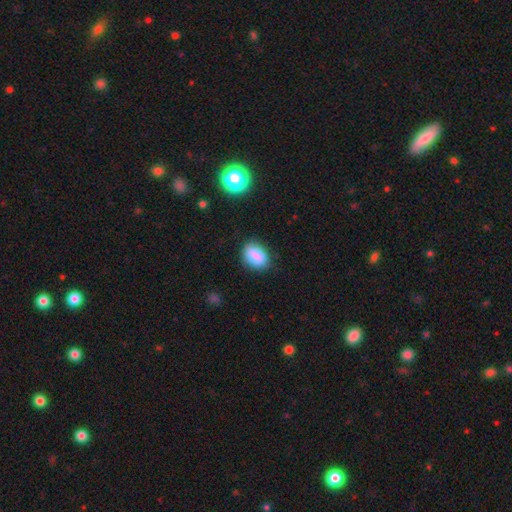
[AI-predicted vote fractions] Smooth or featured? Predicted: smooth (p=0.86). How rounded? Predicted: in between (p=0.78). Merging? Predicted: none (p=0.79).